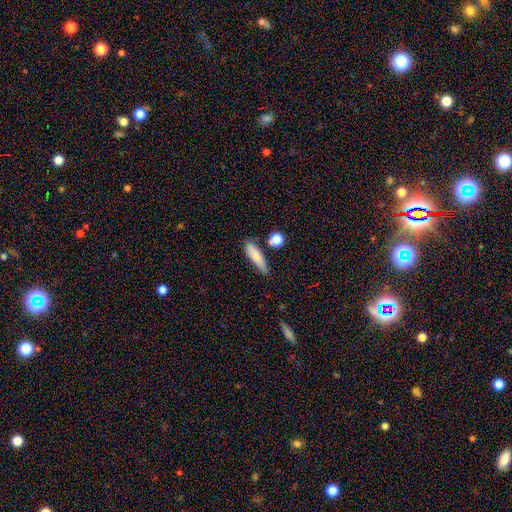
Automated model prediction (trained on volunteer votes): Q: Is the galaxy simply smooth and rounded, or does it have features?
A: smooth — 80%.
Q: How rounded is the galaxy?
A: cigar-shaped — 61%.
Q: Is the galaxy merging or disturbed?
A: none — 71%.